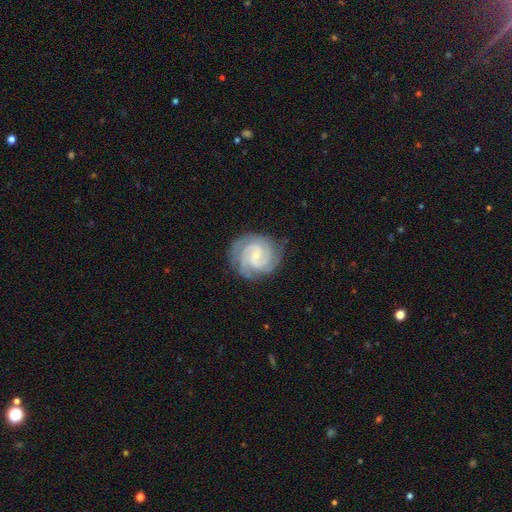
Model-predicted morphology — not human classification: type=featured or disk (89%); edge-on=no (98%); bar=no (54%); spiral arms=yes (98%); winding=tight (70%); arm count=3 (36%); bulge=small (76%); merging=none (80%).